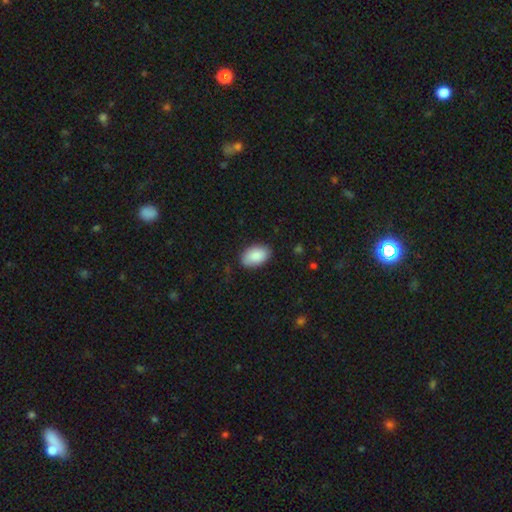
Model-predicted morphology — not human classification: The model was most divided on "merging": none: 84%, minor disturbance: 12%, major disturbance: 3%, merger: 1%. More confident: how rounded — in between (93%); smooth or featured — smooth (88%).